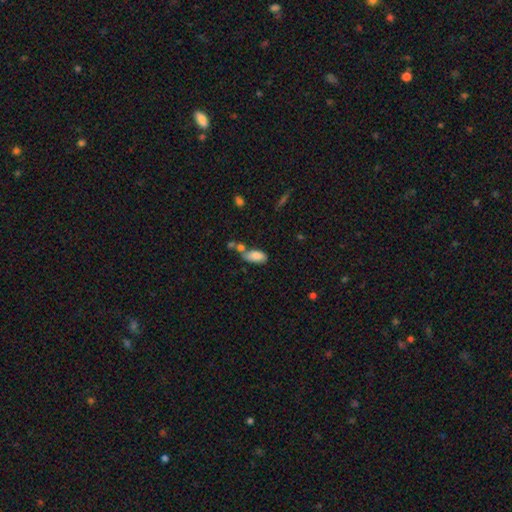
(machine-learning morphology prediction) Q: Smooth or featured?
A: smooth (83%); runner-up: featured or disk (9%)
Q: How rounded?
A: in between (90%); runner-up: cigar-shaped (7%)
Q: Merging?
A: none (46%); runner-up: merger (26%)